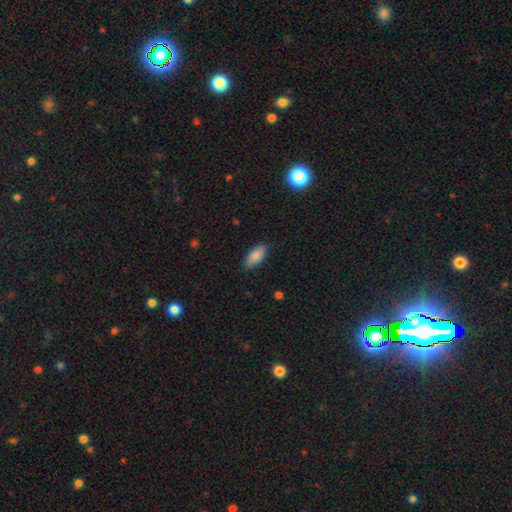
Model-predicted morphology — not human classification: This is clearly a smooth galaxy (87%). How rounded: clearly in between (87%). Merging: clearly none (85%).